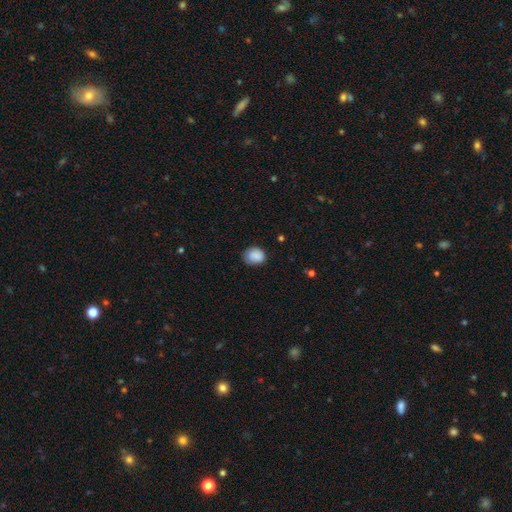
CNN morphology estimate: smooth 87%, star or artifact 8%, featured or disk 5%. Down the decision tree: how rounded — round (60%); merging — none (71%).